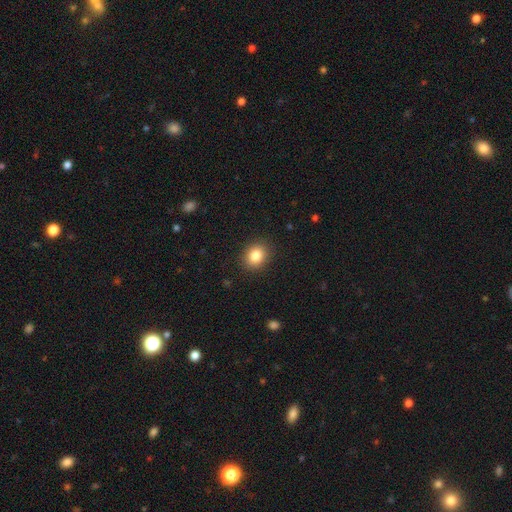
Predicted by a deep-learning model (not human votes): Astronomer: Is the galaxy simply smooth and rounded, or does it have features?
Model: smooth — 84%.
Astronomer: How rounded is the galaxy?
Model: round — 59% (runner-up: in between, 40%).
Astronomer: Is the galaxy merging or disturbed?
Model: none — 89%.